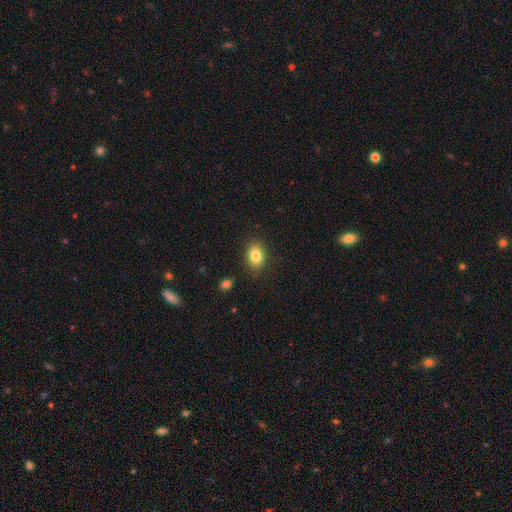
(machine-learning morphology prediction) smooth-or-featured: smooth: 84% | star or artifact: 9% | featured or disk: 7%
  how-rounded: in between: 73% | round: 26% | cigar-shaped: 1%
  merging: none: 86% | minor disturbance: 10% | major disturbance: 3% | merger: 1%